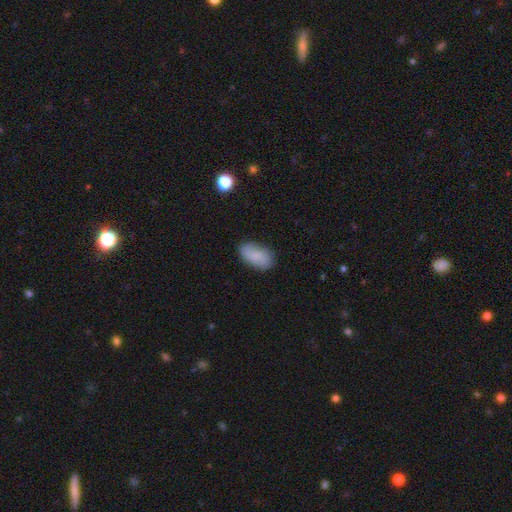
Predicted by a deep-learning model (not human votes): Smooth or featured? Predicted: smooth (p=0.77). How rounded? Predicted: in between (p=0.93). Merging? Predicted: none (p=0.80).